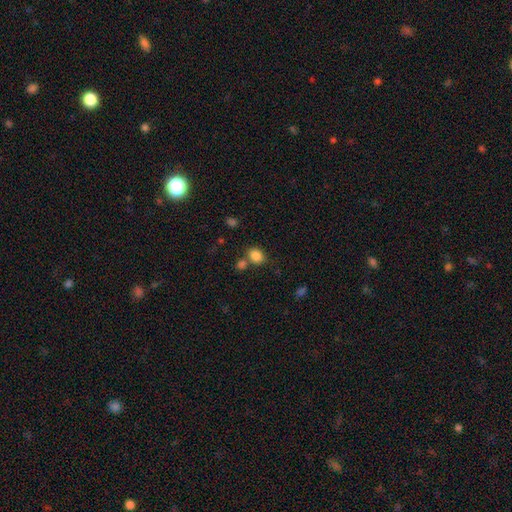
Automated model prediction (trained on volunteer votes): Smooth or featured? Predicted: smooth (p=0.84). How rounded? Predicted: in between (p=0.54). Merging? Predicted: none (p=0.63).